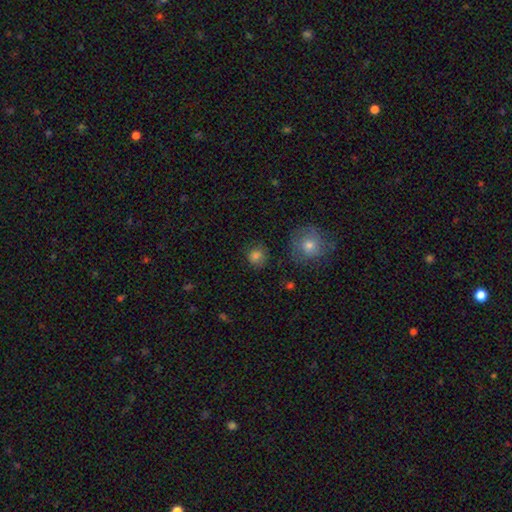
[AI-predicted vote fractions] This appears to be a smooth galaxy with no disk features (82%) that is round (85%). Merging: none (78%).